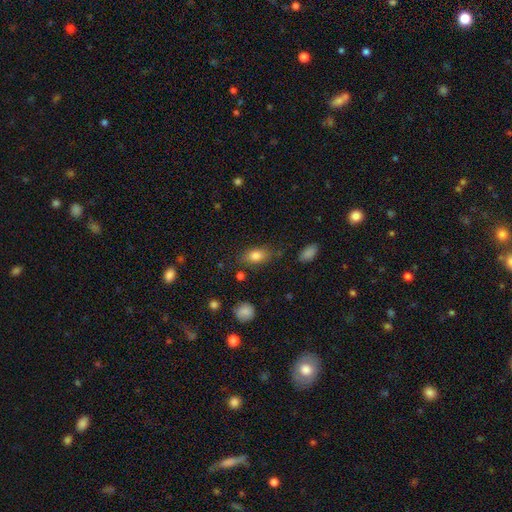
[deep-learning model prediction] This appears to be a smooth galaxy with no disk features (81%) that is in between round and cigar-shaped (84%). Merging: none (74%).